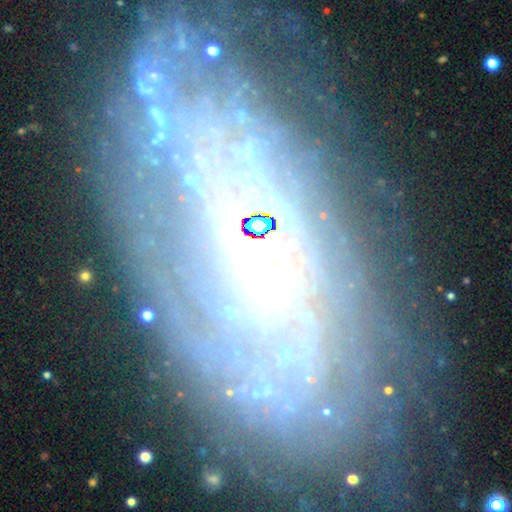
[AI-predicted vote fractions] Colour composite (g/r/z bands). It shows a featured or disk galaxy (75%) with no bar (72%), tight (61%) spiral arms (74%) and a small central bulge (44%). Merging: none (64%).